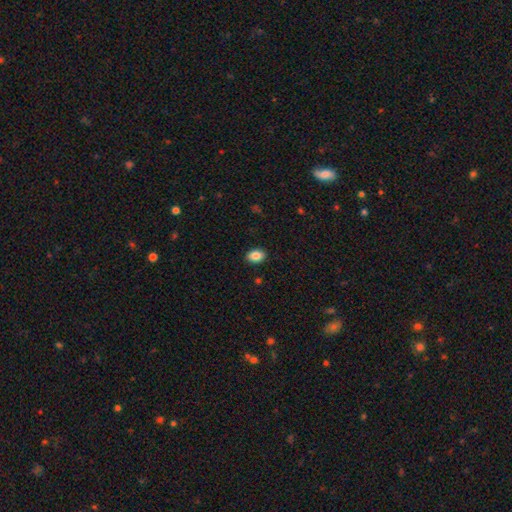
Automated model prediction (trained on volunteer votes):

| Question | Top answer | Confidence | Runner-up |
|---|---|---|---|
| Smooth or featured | smooth | 87% | star or artifact (8%) |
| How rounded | in between | 80% | round (18%) |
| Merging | none | 90% | minor disturbance (8%) |